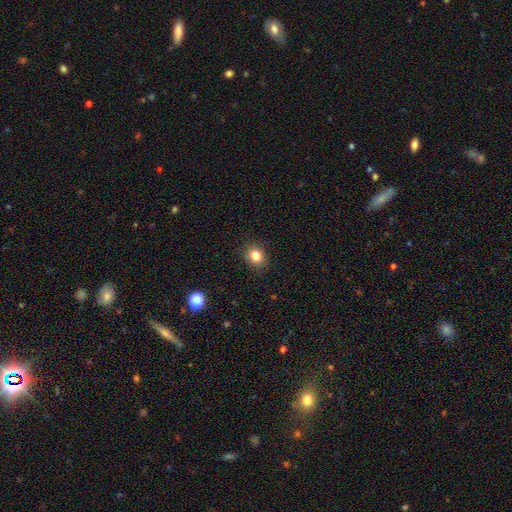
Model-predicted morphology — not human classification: A smooth galaxy with no disk features (81%) that is round (63%). Merging: none (88%).